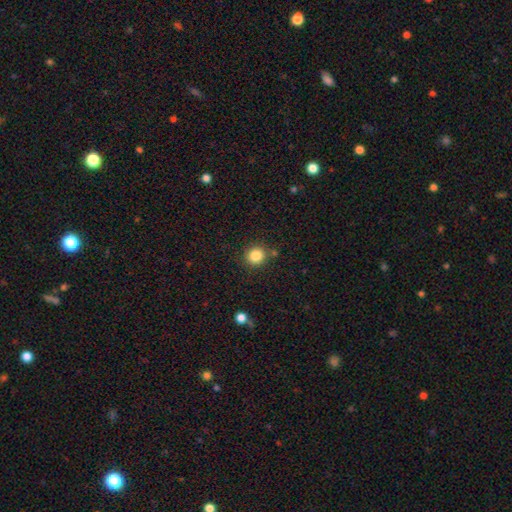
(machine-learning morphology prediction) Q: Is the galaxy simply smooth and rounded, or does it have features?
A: smooth — 84%.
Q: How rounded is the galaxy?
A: round — 89%.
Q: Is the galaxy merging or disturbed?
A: none — 84%.